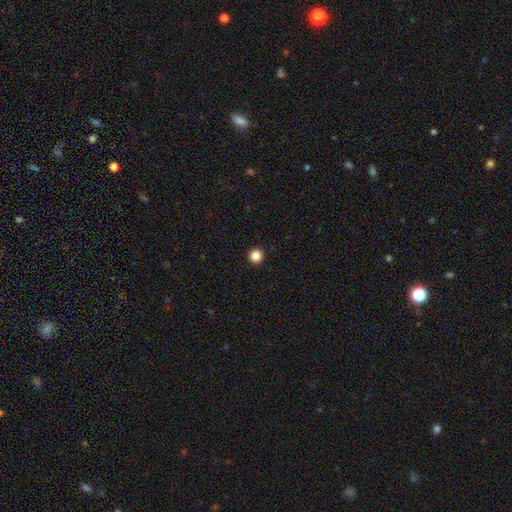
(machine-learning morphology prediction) A smooth galaxy with no disk features (86%) that is round (97%).

Vote fractions:
- Smooth or featured? smooth: 86% / star or artifact: 11% / featured or disk: 3%
- How rounded? round: 97% / in between: 2% / cigar-shaped: 1%
- Merging? none: 94% / minor disturbance: 3% / major disturbance: 1% / merger: 1%